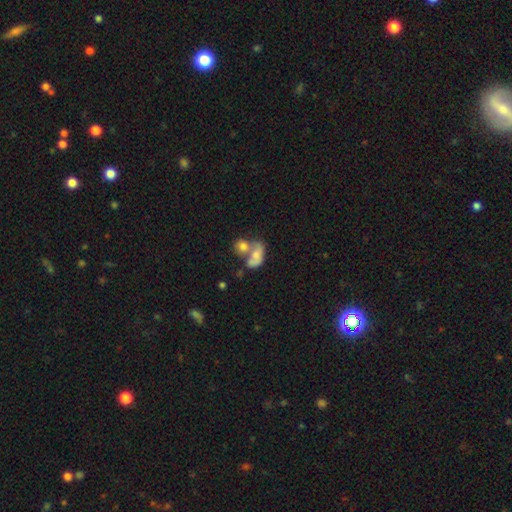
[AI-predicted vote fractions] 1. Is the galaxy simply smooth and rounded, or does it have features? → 63% smooth, 28% featured or disk, 9% star or artifact.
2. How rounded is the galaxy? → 80% in between, 18% round, 2% cigar-shaped.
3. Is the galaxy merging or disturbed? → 63% merger, 17% none, 10% minor disturbance, 10% major disturbance.